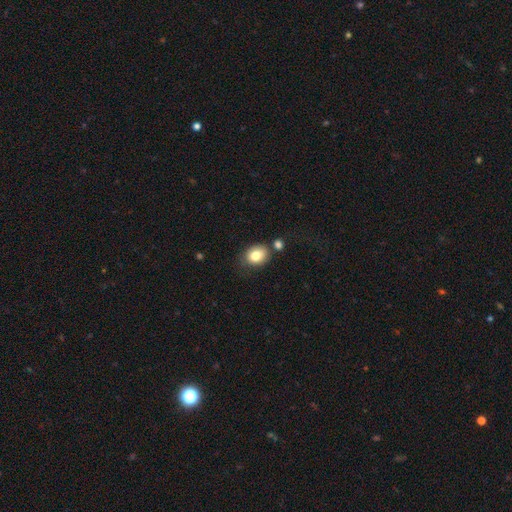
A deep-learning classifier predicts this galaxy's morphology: type=smooth (81%); roundness=in between (57%); merging=none (65%).